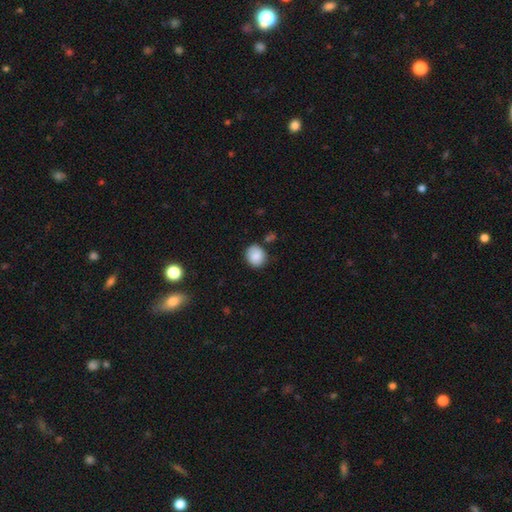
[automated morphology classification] smooth 86%, star or artifact 8%, featured or disk 6%. Down the decision tree: how rounded — round (74%); merging — none (76%).